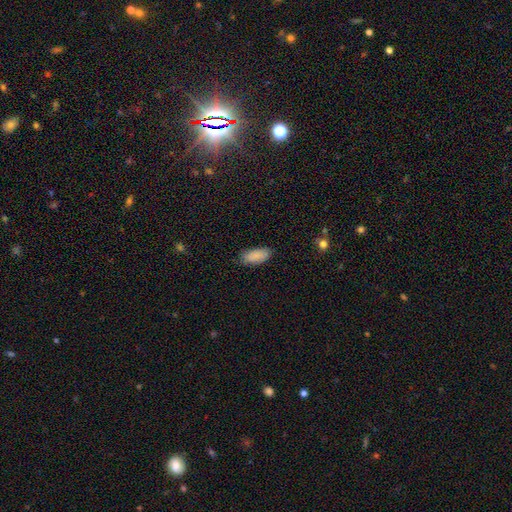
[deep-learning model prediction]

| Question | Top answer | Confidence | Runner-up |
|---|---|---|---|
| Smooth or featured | smooth | 85% | featured or disk (8%) |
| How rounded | in between | 92% | cigar-shaped (6%) |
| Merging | none | 79% | minor disturbance (17%) |